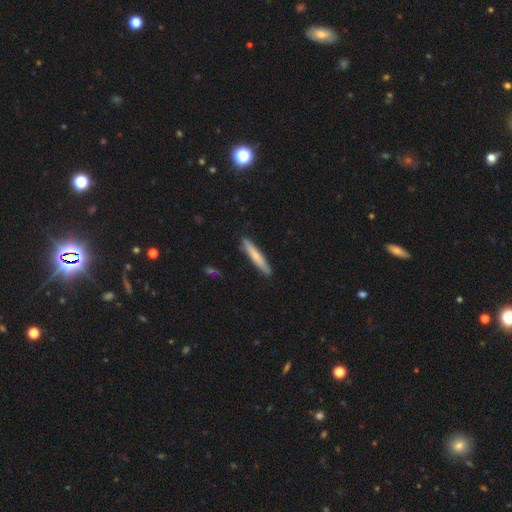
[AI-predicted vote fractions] smooth-or-featured: smooth: 67% | featured or disk: 27% | star or artifact: 6%
  how-rounded: cigar-shaped: 94% | in between: 5% | round: 1%
  merging: none: 89% | minor disturbance: 8% | major disturbance: 1% | merger: 1%